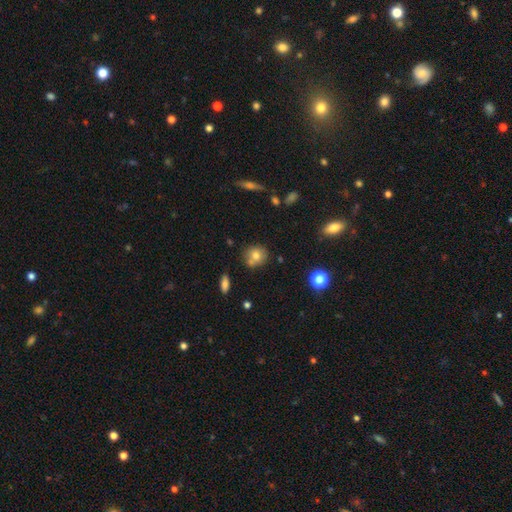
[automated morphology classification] Overall: smooth (74%). How rounded: round (78%). Merging: none (67%).